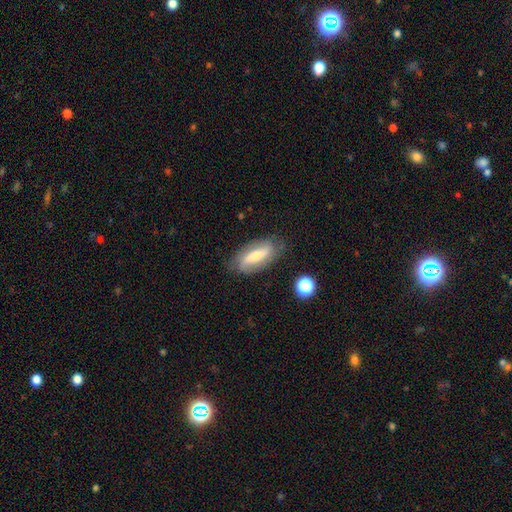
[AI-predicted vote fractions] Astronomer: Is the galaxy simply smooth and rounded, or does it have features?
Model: featured or disk — 59%.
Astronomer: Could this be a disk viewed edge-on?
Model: no — 84%.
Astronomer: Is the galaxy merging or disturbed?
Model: none — 80%.